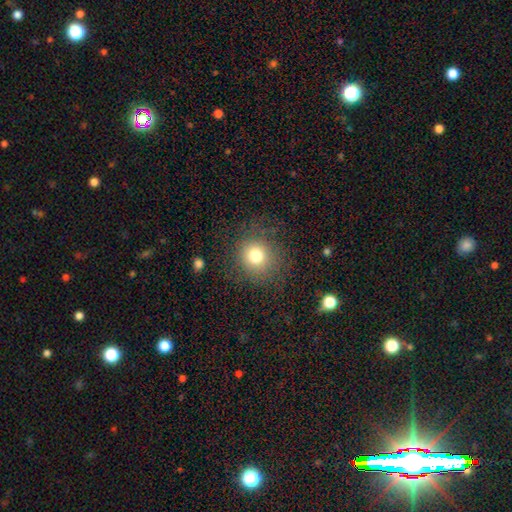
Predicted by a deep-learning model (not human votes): smooth_or_featured: smooth (p=0.76) [alt: star or artifact p=0.14]
how_rounded: round (p=0.89) [alt: in between p=0.10]
merging: none (p=0.80) [alt: minor disturbance p=0.11]